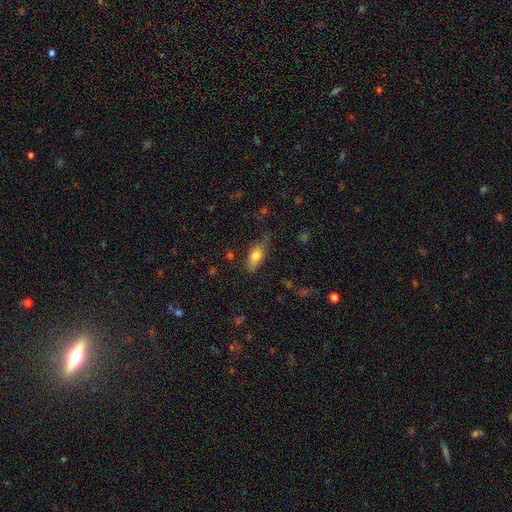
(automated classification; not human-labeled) Smooth or featured?
  - smooth: 76% *
  - featured or disk: 16%
  - star or artifact: 8%
How rounded?
  - in between: 79% *
  - cigar-shaped: 17%
  - round: 4%
Merging?
  - none: 68% *
  - minor disturbance: 23%
  - major disturbance: 6%
  - merger: 2%